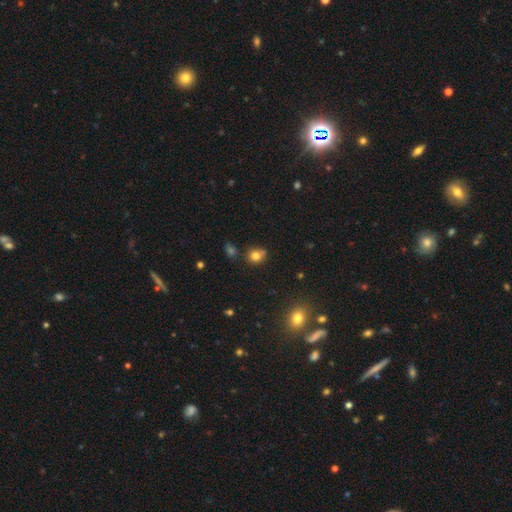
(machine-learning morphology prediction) A smooth galaxy with no disk features (79%) that is round (76%). Merging: none (64%).